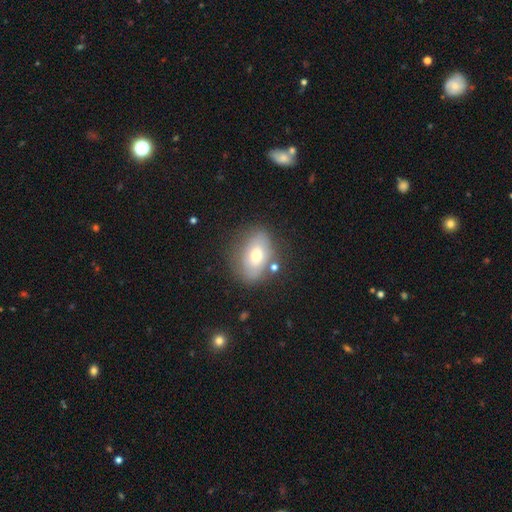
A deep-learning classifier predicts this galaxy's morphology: Smooth or featured?
  - smooth: 60% *
  - featured or disk: 31%
  - star or artifact: 10%
How rounded?
  - in between: 82% *
  - round: 16%
  - cigar-shaped: 2%
Merging?
  - none: 73% *
  - minor disturbance: 17%
  - merger: 5%
  - major disturbance: 5%